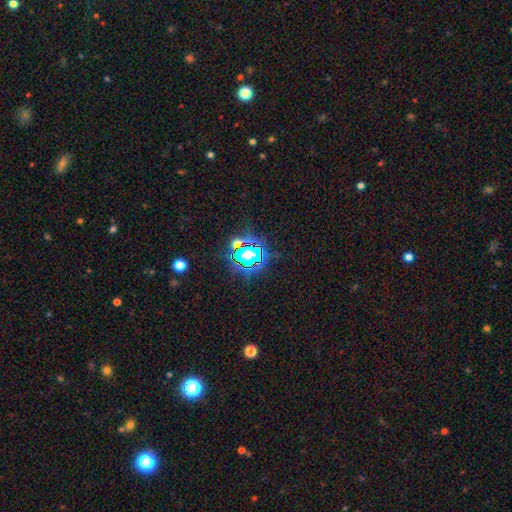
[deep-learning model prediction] This appears to be a star or artifact, not a galaxy (83%).